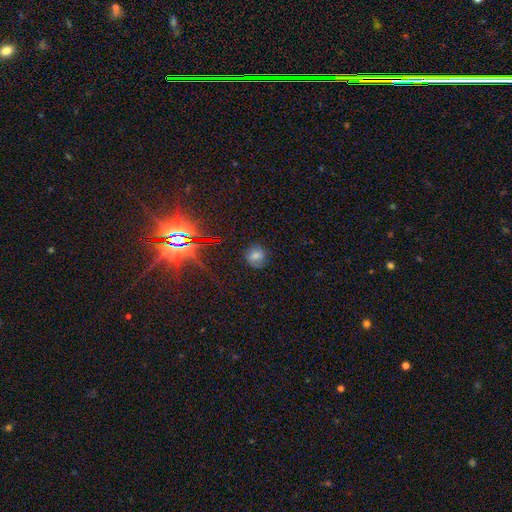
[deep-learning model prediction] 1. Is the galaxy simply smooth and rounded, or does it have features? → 49% smooth, 34% star or artifact, 18% featured or disk.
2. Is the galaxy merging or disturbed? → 84% none, 11% minor disturbance, 4% major disturbance, 2% merger.